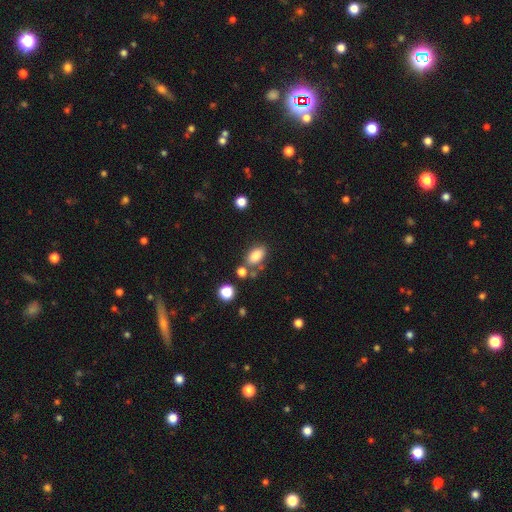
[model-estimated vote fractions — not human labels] smooth_or_featured: smooth (p=0.83) [alt: star or artifact p=0.10]
how_rounded: in between (p=0.89) [alt: round p=0.09]
merging: none (p=0.67) [alt: minor disturbance p=0.15]